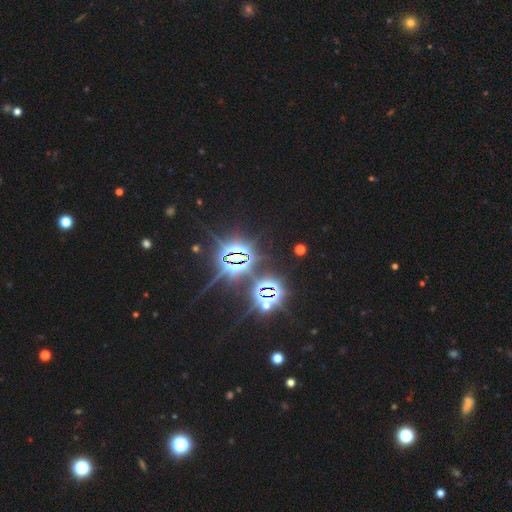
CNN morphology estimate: Smooth or featured?
  - star or artifact: 86% *
  - smooth: 7%
  - featured or disk: 7%